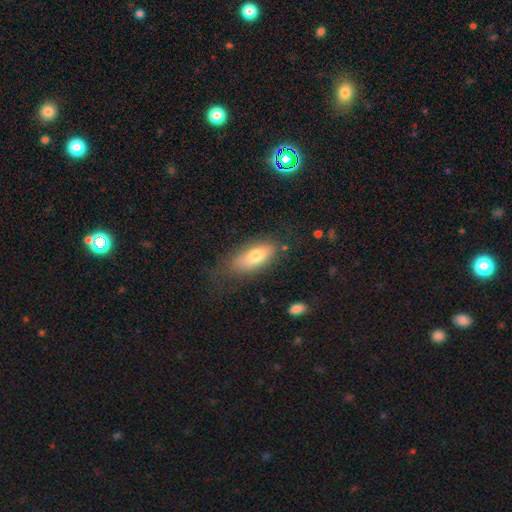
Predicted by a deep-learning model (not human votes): This is likely a smooth galaxy (75%). How rounded: clearly in between (82%). Merging: likely none (67%).